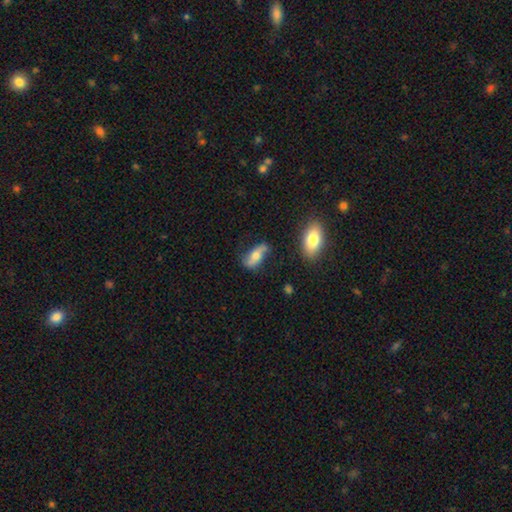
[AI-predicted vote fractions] Q: Smooth or featured?
A: smooth (46%); tied with: featured or disk (46%)
Q: Merging?
A: none (64%); runner-up: minor disturbance (24%)